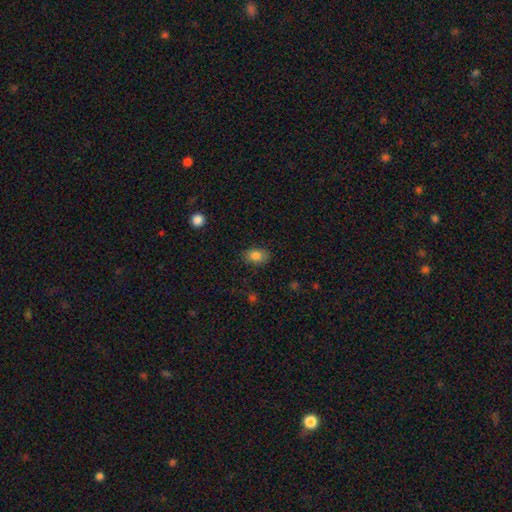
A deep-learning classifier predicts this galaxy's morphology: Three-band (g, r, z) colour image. It shows a smooth galaxy with no disk features (83%) that is in between round and cigar-shaped (82%). Merging: none (82%).